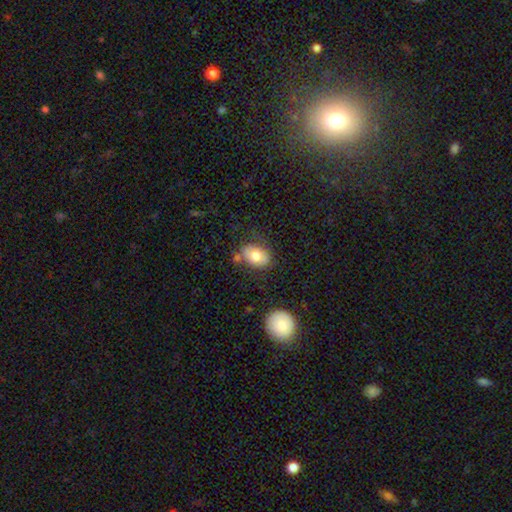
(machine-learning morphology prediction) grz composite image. It shows a smooth galaxy with no disk features (74%) that is in between round and cigar-shaped (78%). Merging: none (68%).